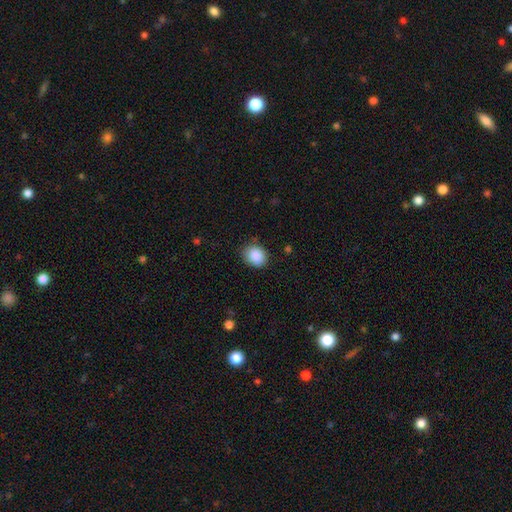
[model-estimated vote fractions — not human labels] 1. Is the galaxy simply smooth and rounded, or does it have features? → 88% smooth, 8% star or artifact, 4% featured or disk.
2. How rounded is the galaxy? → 61% round, 39% in between, 1% cigar-shaped.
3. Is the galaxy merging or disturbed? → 81% none, 15% minor disturbance, 3% major disturbance, 1% merger.